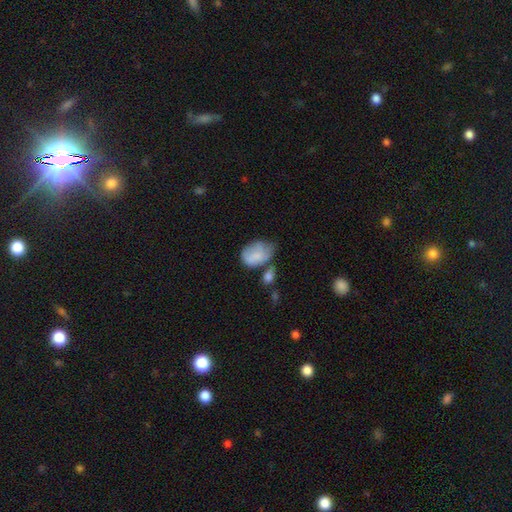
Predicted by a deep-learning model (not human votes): Smooth or featured? smooth (74%)
How rounded? in between (81%)
Merging? minor disturbance (32%, tied with none)